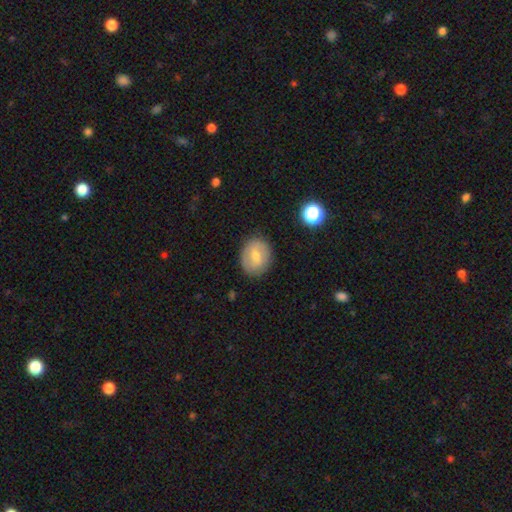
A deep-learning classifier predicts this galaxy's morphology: This appears to be a smooth galaxy with no disk features (55%) that is round (60%). Merging: none (85%).